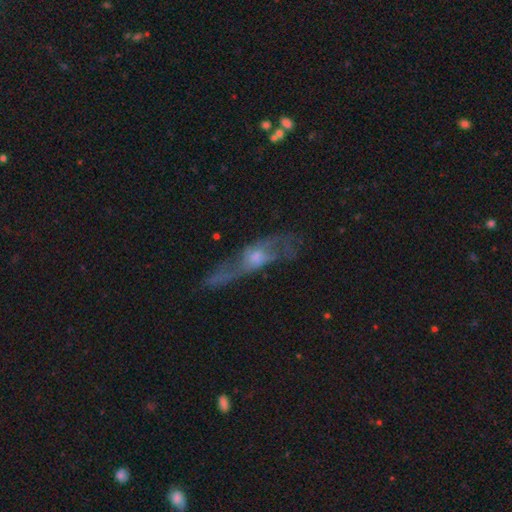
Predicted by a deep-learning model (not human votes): The model was most divided on "merging": none: 49%, major disturbance: 25%, minor disturbance: 23%, merger: 4%. More confident: smooth or featured — featured or disk (66%); edge-on disk — no (62%).